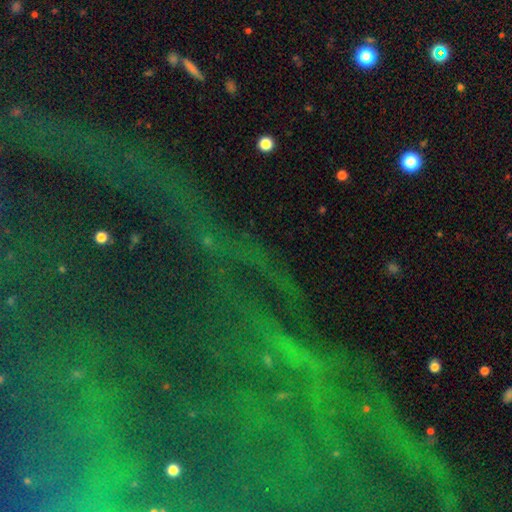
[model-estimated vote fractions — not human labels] Smooth or featured? star or artifact (70%)